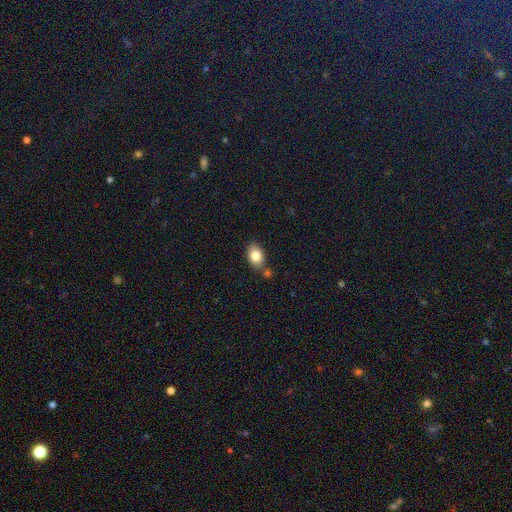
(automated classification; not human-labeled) The model was most divided on "merging": none: 72%, minor disturbance: 13%, merger: 12%, major disturbance: 3%. More confident: how rounded — in between (83%); smooth or featured — smooth (82%).